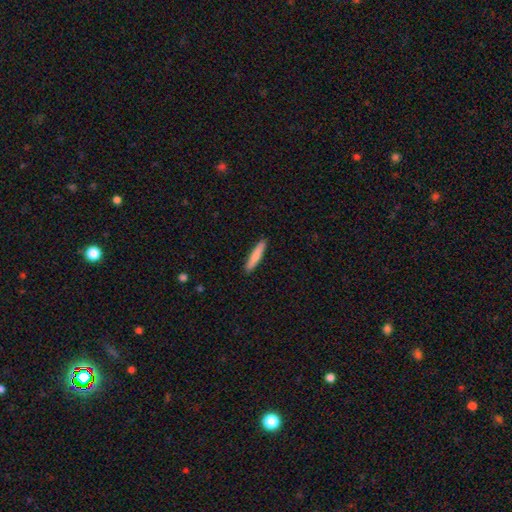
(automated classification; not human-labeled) smooth 79%, featured or disk 15%, star or artifact 5%. Down the decision tree: how rounded — cigar-shaped (91%); merging — none (90%).